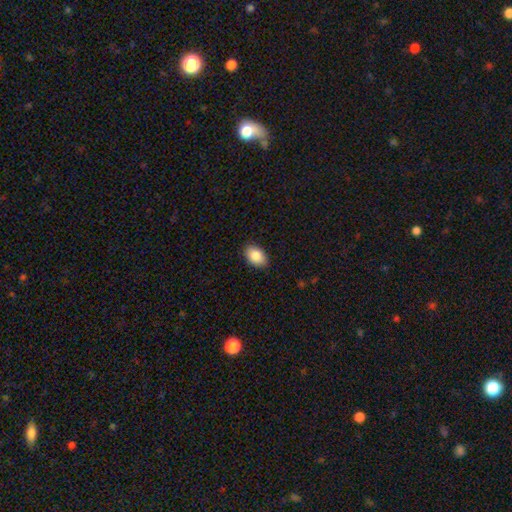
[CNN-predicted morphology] Q: Smooth or featured?
A: smooth (88%); runner-up: star or artifact (7%)
Q: How rounded?
A: in between (89%); runner-up: round (10%)
Q: Merging?
A: none (88%); runner-up: minor disturbance (9%)